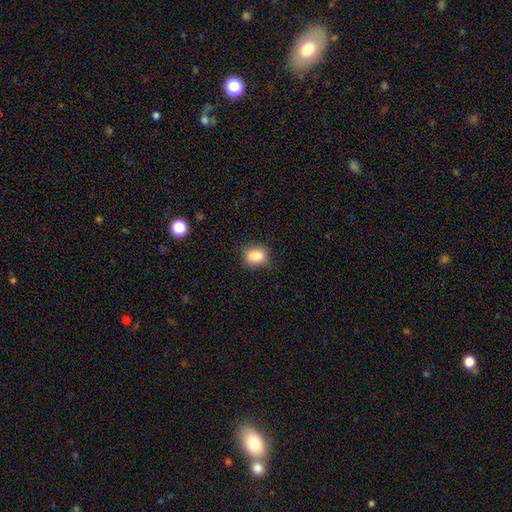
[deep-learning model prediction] Smooth or featured: smooth — 86% (star or artifact — 10%)
How rounded: round — 56% (in between — 43%)
Merging: none — 77% (minor disturbance — 18%)